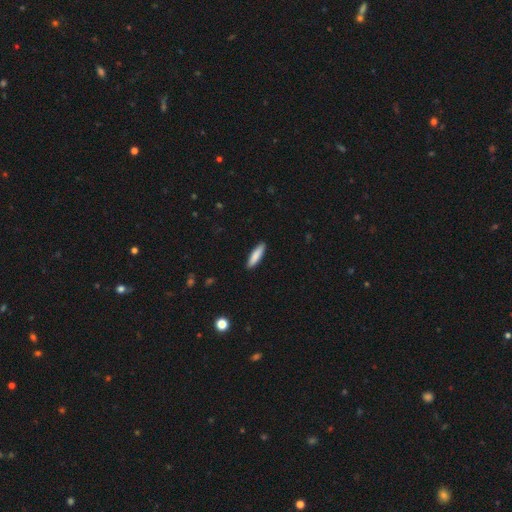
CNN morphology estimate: Smooth or featured? smooth (85%)
How rounded? cigar-shaped (76%)
Merging? none (90%)